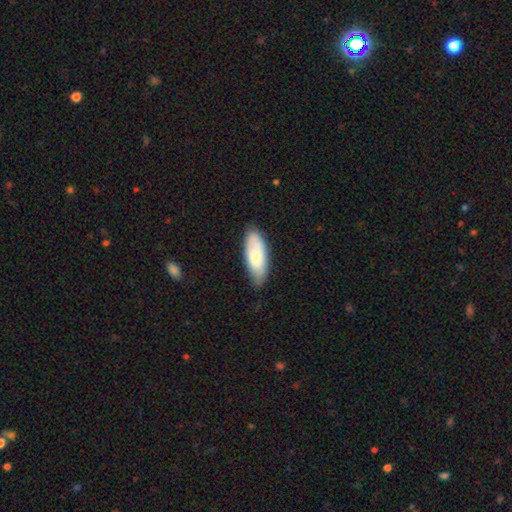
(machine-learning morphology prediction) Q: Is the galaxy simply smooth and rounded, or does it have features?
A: smooth — 74%.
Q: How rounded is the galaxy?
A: in between — 79%.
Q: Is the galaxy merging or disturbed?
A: none — 71%.